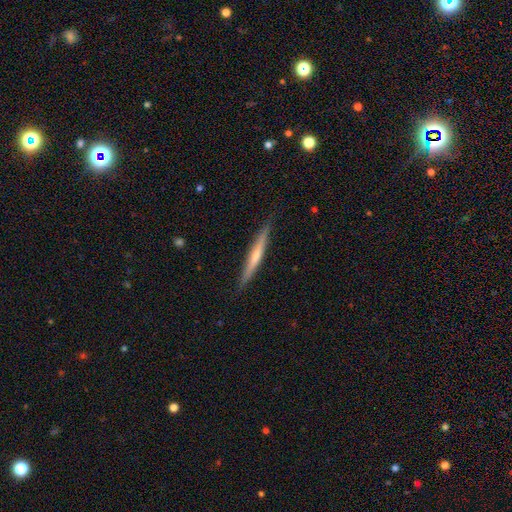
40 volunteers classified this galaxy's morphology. Smooth or featured: featured or disk — 75% (smooth — 20%)
Edge-on disk: yes — 100%
Edge-on bulge: rounded — 67% (none — 30%)
Merging: none — 95% (minor disturbance — 3%)